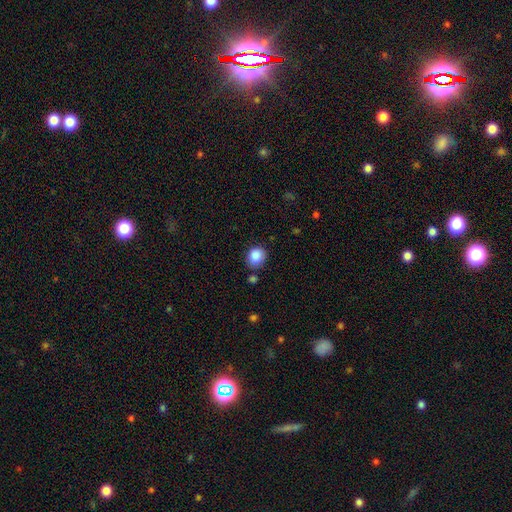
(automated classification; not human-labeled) smooth_or_featured: smooth (p=0.88) [alt: star or artifact p=0.09]
how_rounded: round (p=0.71) [alt: in between p=0.28]
merging: none (p=0.76) [alt: minor disturbance p=0.15]